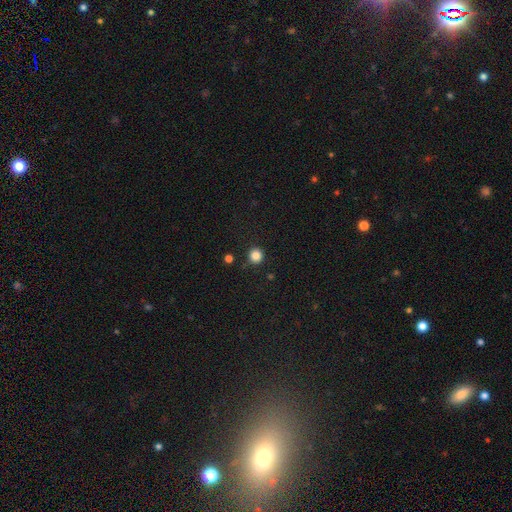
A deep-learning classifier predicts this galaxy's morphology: A smooth galaxy with no disk features (84%) that is round (94%). Merging: none (89%).